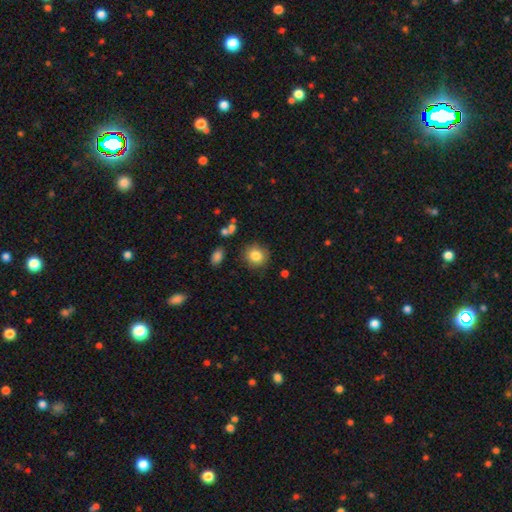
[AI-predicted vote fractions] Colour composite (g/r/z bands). It shows a smooth galaxy with no disk features (83%) that is round (84%). Merging: none (85%).